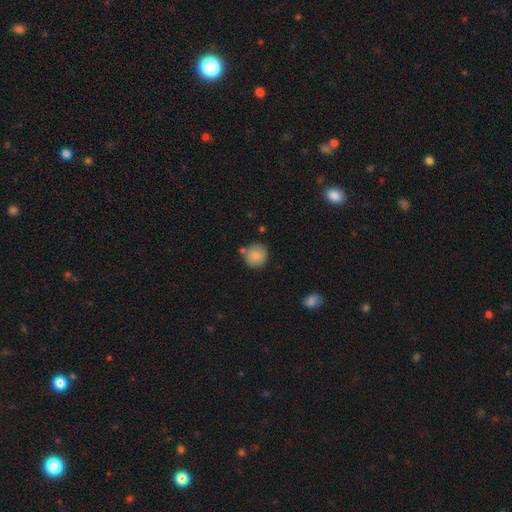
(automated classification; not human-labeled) Overall: smooth (85%). How rounded: round (93%). Merging: none (78%).